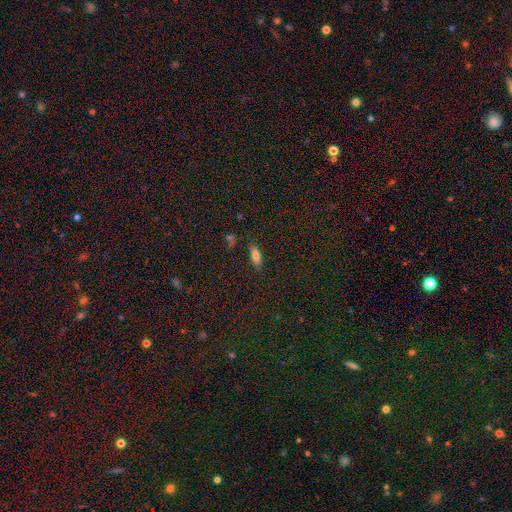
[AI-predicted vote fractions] smooth_or_featured: smooth (p=0.72) [alt: featured or disk p=0.16]
how_rounded: in between (p=0.62) [alt: cigar-shaped p=0.34]
merging: none (p=0.84) [alt: minor disturbance p=0.11]